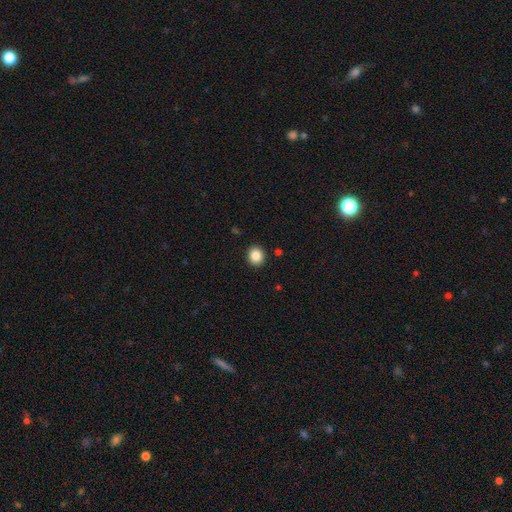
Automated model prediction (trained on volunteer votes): Smooth or featured? smooth (86%)
How rounded? round (80%)
Merging? none (91%)